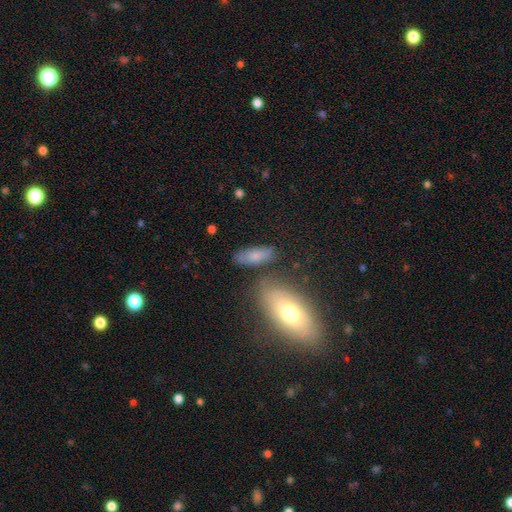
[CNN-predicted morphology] smooth 71%, featured or disk 20%, star or artifact 9%. Down the decision tree: how rounded — in between (76%); merging — none (68%).